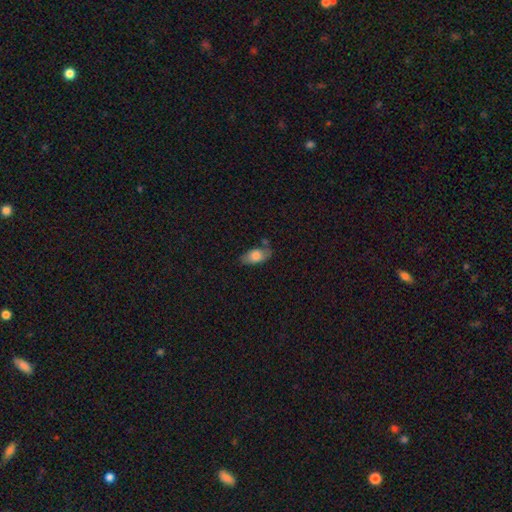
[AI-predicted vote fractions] Morphology: type=smooth (74%); roundness=in between (91%); merging=none (57%).